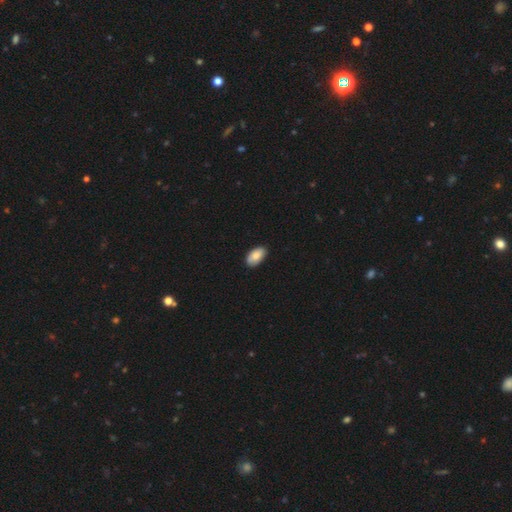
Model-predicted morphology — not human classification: Smooth or featured: smooth — 85% (featured or disk — 8%)
How rounded: in between — 95% (round — 3%)
Merging: none — 87% (minor disturbance — 10%)